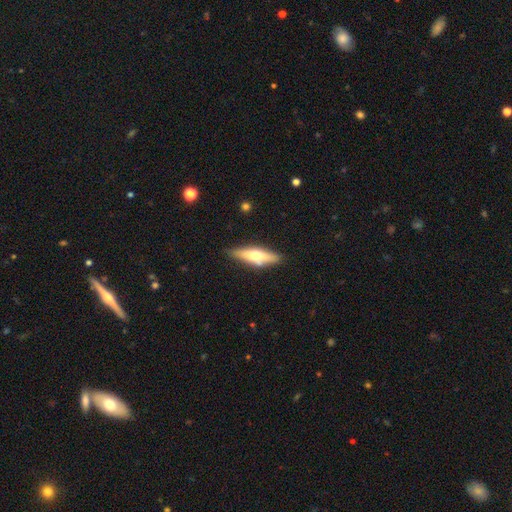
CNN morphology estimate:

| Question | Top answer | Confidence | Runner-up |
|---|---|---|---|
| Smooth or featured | smooth | 47% | tied: featured or disk (47%) |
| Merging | none | 80% | minor disturbance (13%) |